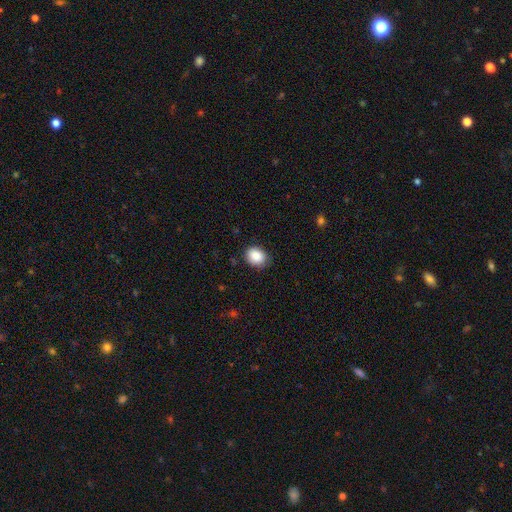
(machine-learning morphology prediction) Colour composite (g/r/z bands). It shows a smooth galaxy with no disk features (87%) that is in between round and cigar-shaped (51%). Merging: none (79%).